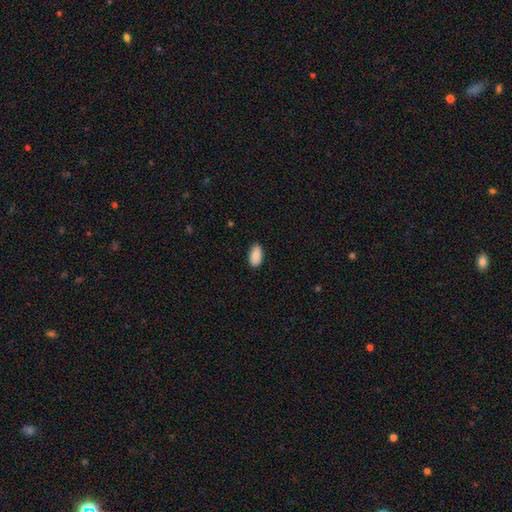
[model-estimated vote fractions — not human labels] Smooth or featured?
  - smooth: 89% *
  - star or artifact: 6%
  - featured or disk: 5%
How rounded?
  - in between: 95% *
  - round: 3%
  - cigar-shaped: 2%
Merging?
  - none: 86% *
  - minor disturbance: 11%
  - major disturbance: 2%
  - merger: 1%